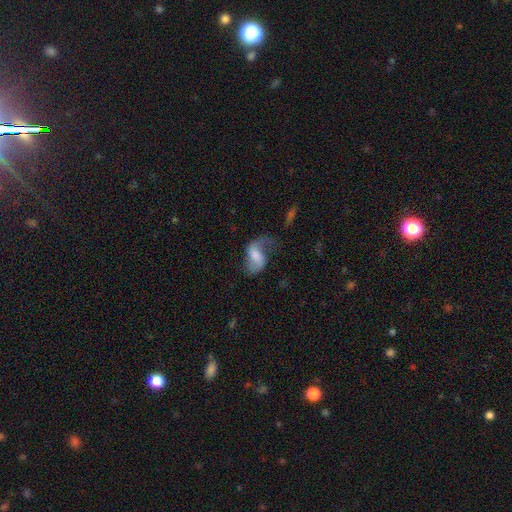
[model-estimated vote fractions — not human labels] This is likely a featured or disk galaxy (61%). It is clearly not viewed edge-on (96%). Bar: possibly weak (45%). Spiral arm pattern: clearly yes (85%). Spiral arm count: likely 2 (74%). Spiral winding: likely loose (73%). Central bulge: marginally moderate (36%). Merging: marginally major disturbance (37%).